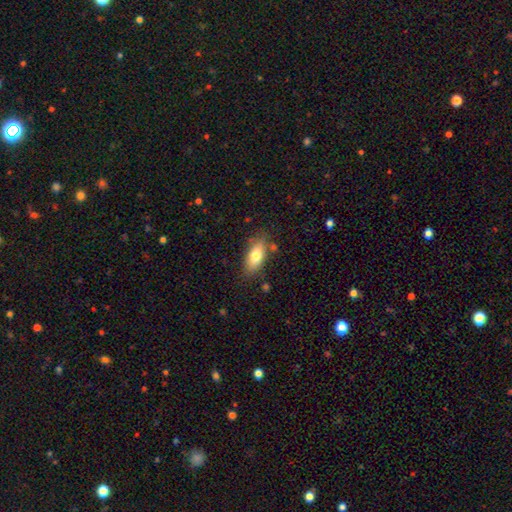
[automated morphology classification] This is likely a smooth galaxy (77%). How rounded: clearly in between (83%). Merging: likely none (79%).